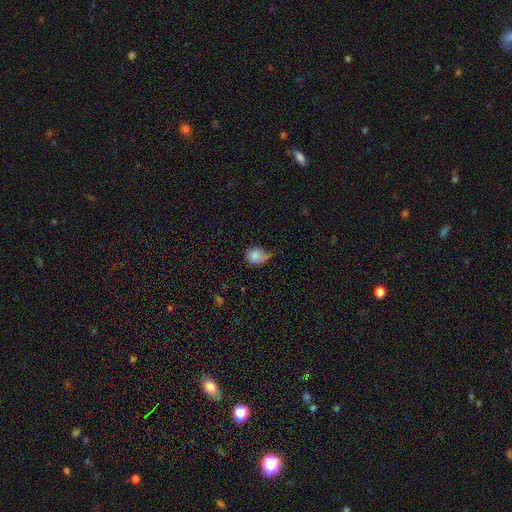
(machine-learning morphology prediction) The model was most divided on "merging": minor disturbance: 45%, none: 38%, major disturbance: 14%, merger: 3%. More confident: smooth or featured — smooth (83%); how rounded — round (60%).